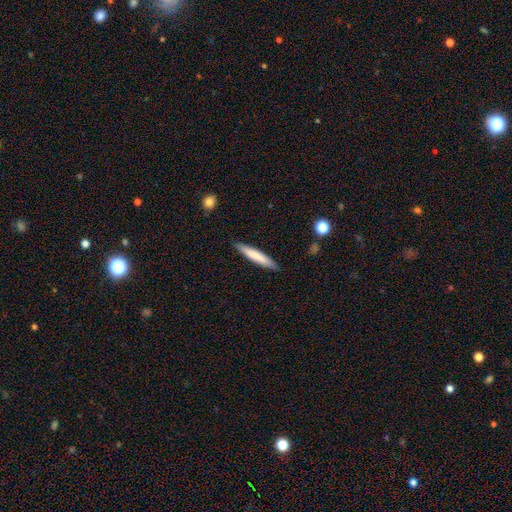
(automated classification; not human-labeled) Smooth or featured? smooth (75%)
How rounded? cigar-shaped (92%)
Merging? none (89%)